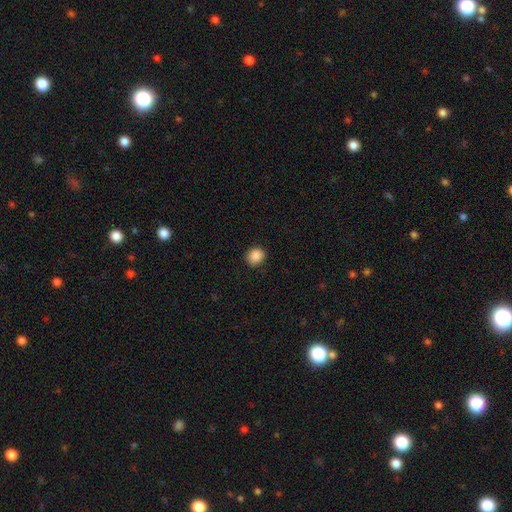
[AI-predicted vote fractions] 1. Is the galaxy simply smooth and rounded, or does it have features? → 88% smooth, 9% star or artifact, 3% featured or disk.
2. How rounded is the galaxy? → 75% round, 24% in between, 1% cigar-shaped.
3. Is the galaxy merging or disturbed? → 90% none, 7% minor disturbance, 2% major disturbance, 1% merger.